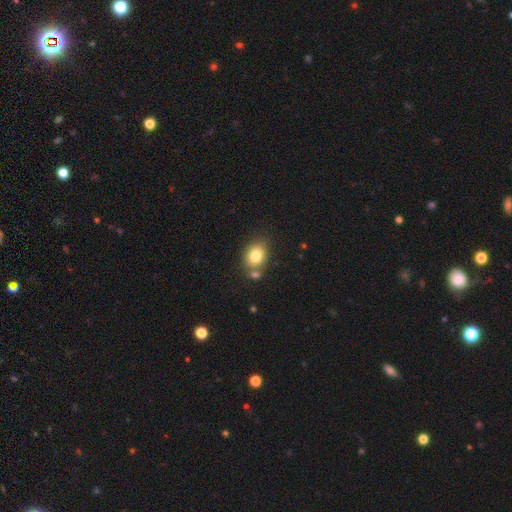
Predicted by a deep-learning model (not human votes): Smooth or featured? Predicted: smooth (p=0.81). How rounded? Predicted: in between (p=0.61). Merging? Predicted: none (p=0.65).